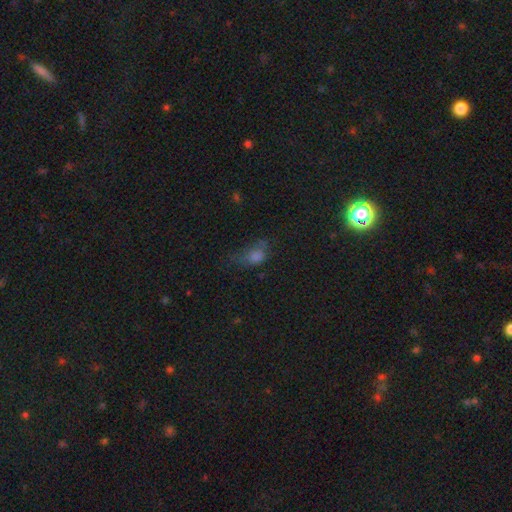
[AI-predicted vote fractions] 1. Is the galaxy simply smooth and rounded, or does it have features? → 60% smooth, 24% star or artifact, 15% featured or disk.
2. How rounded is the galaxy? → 71% in between, 23% round, 6% cigar-shaped.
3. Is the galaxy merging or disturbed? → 37% none, 31% major disturbance, 28% minor disturbance, 4% merger.